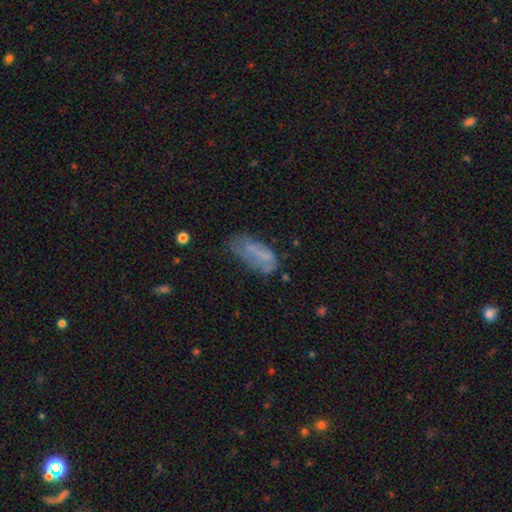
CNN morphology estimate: Smooth or featured: smooth — 47% (featured or disk — 36%)
Merging: none — 52% (minor disturbance — 26%)